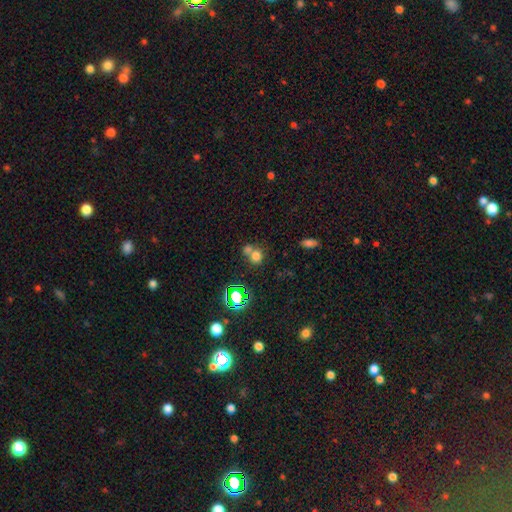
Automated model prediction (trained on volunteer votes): Smooth or featured?
  - smooth: 68% *
  - star or artifact: 21%
  - featured or disk: 11%
How rounded?
  - round: 74% *
  - in between: 25%
  - cigar-shaped: 1%
Merging?
  - merger: 48% *
  - none: 40%
  - minor disturbance: 8%
  - major disturbance: 4%